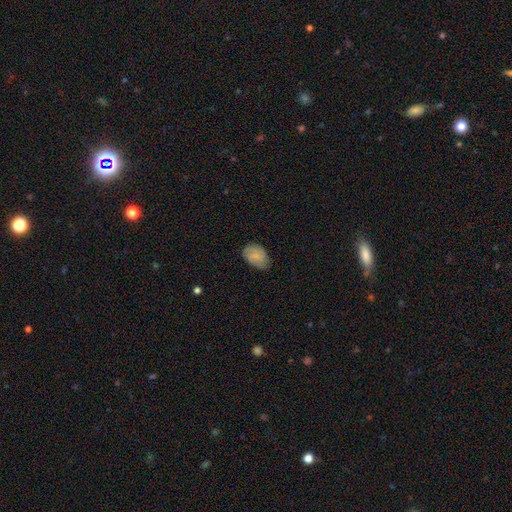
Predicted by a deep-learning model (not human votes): A smooth galaxy with no disk features (70%) that is in between round and cigar-shaped (85%).

Vote fractions:
- Smooth or featured? smooth: 70% / featured or disk: 22% / star or artifact: 8%
- How rounded? in between: 85% / round: 13% / cigar-shaped: 1%
- Merging? none: 72% / minor disturbance: 22% / major disturbance: 5% / merger: 1%